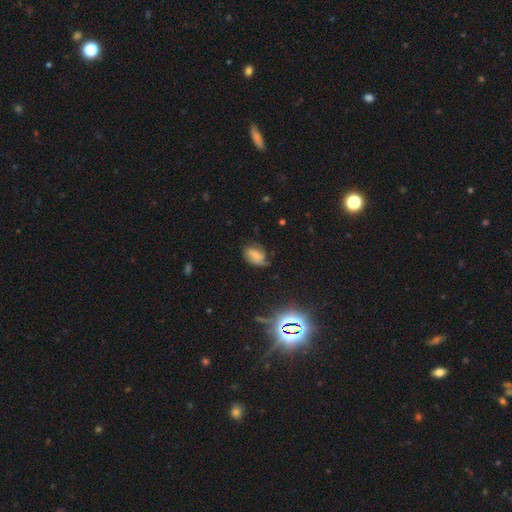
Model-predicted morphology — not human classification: Smooth or featured?
  - featured or disk: 46% *
  - smooth: 40%
  - star or artifact: 15%
Merging?
  - none: 48% *
  - minor disturbance: 32%
  - major disturbance: 17%
  - merger: 2%